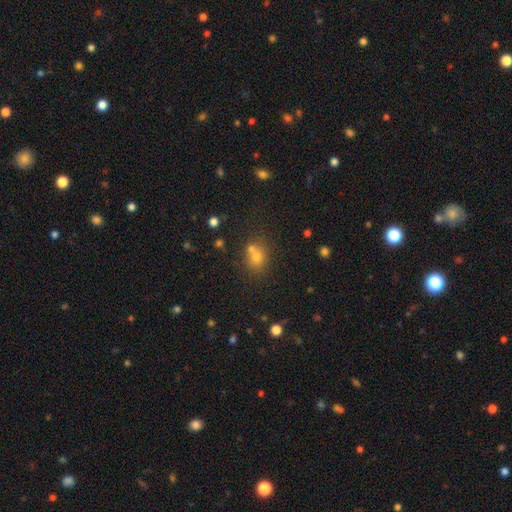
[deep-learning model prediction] Q: Smooth or featured?
A: smooth (65%); runner-up: star or artifact (23%)
Q: How rounded?
A: round (69%); runner-up: in between (30%)
Q: Merging?
A: none (50%); runner-up: merger (37%)